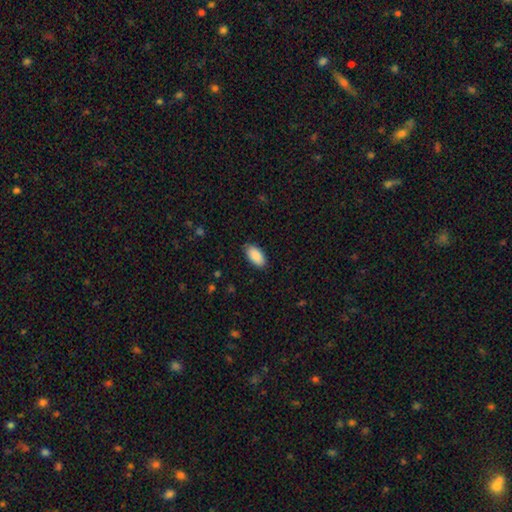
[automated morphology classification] This appears to be a smooth galaxy with no disk features (90%) that is in between round and cigar-shaped (95%). Merging: none (87%).